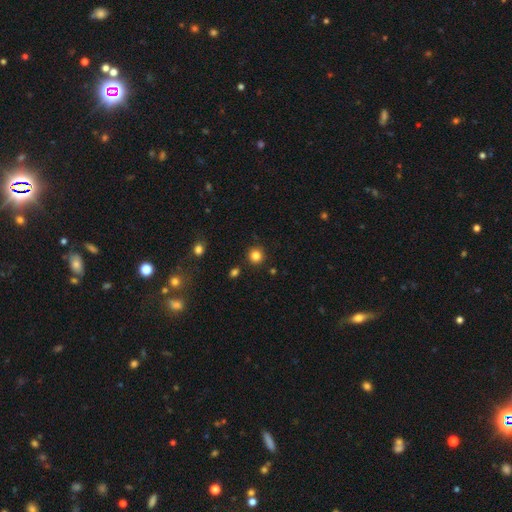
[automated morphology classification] Smooth or featured?
  - smooth: 82% *
  - star or artifact: 13%
  - featured or disk: 5%
How rounded?
  - round: 93% *
  - in between: 6%
  - cigar-shaped: 1%
Merging?
  - none: 89% *
  - minor disturbance: 6%
  - merger: 2%
  - major disturbance: 2%